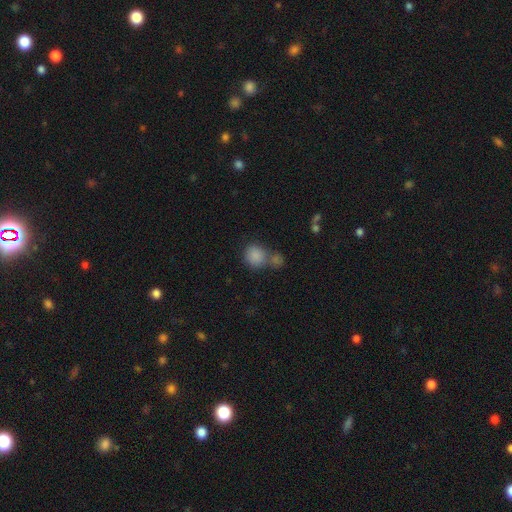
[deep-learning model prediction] This appears to be a smooth galaxy with no disk features (85%) that is round (75%). Merging: none (43%).